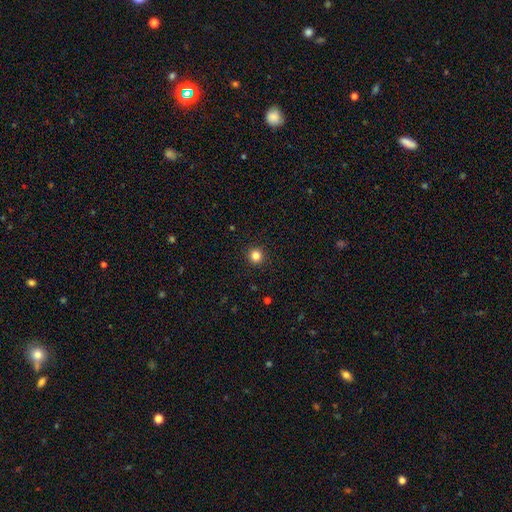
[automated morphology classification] type=smooth (84%); roundness=round (95%); merging=none (93%).